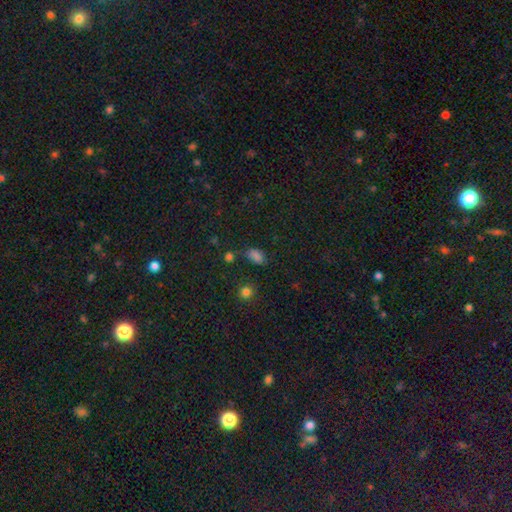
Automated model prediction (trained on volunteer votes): A smooth galaxy with no disk features (73%) that is in between round and cigar-shaped (86%). Merging: none (60%).